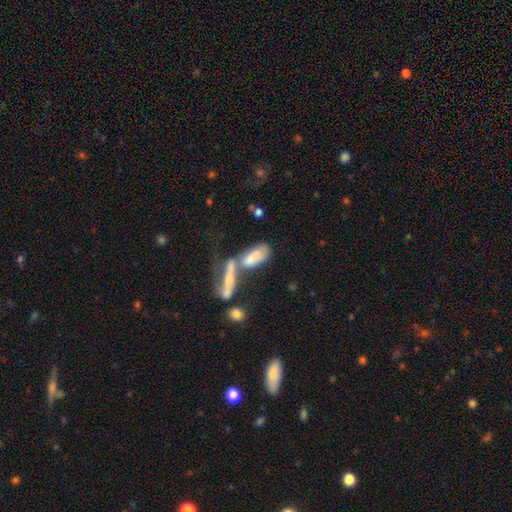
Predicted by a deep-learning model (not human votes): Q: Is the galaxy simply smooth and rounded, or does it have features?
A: smooth — 50%.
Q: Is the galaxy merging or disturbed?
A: merger — 62%.